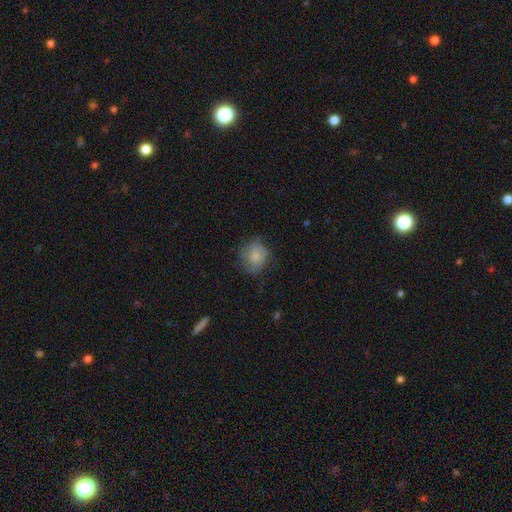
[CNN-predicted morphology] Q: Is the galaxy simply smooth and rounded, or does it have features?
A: smooth — 74%.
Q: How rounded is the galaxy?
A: round — 75%.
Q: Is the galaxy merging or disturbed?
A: none — 59%.